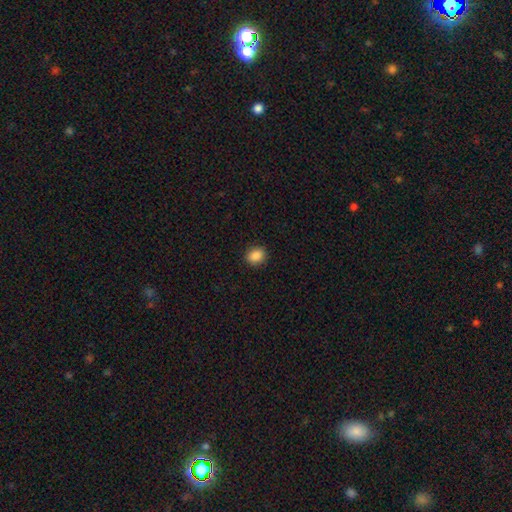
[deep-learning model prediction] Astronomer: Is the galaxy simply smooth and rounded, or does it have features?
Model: smooth — 87%.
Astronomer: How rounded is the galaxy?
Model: round — 57% (runner-up: in between, 42%).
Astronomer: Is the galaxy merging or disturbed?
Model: none — 91%.